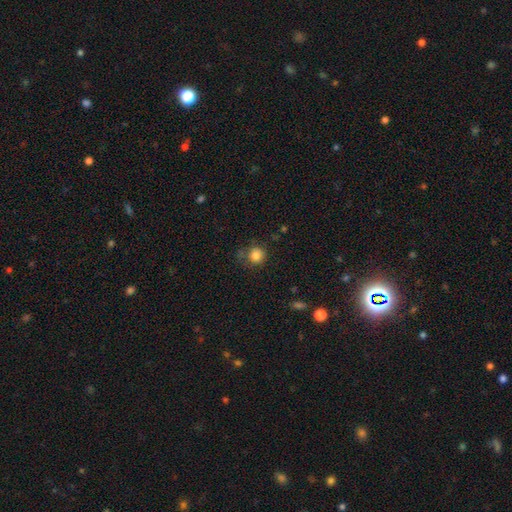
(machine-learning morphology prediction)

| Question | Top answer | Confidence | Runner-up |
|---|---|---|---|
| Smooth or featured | smooth | 83% | star or artifact (11%) |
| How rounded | round | 89% | in between (10%) |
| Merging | none | 70% | minor disturbance (20%) |